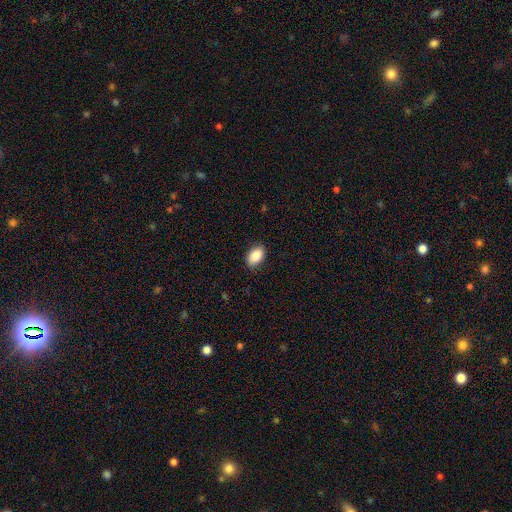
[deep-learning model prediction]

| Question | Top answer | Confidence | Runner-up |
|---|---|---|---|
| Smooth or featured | smooth | 89% | star or artifact (7%) |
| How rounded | in between | 90% | round (9%) |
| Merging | none | 85% | minor disturbance (12%) |